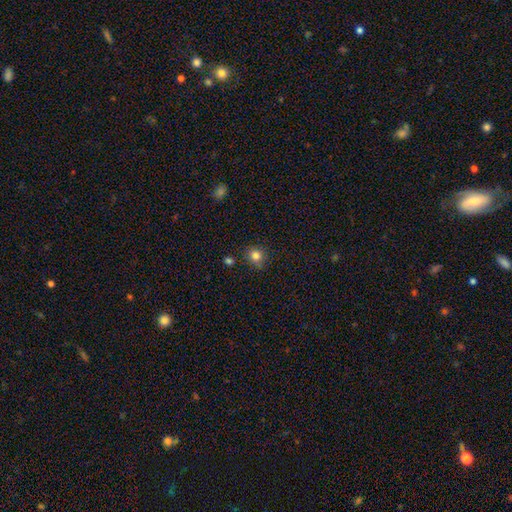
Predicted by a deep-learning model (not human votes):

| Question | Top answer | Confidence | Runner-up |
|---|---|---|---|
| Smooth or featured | smooth | 82% | star or artifact (12%) |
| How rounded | round | 85% | in between (14%) |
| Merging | none | 81% | minor disturbance (13%) |